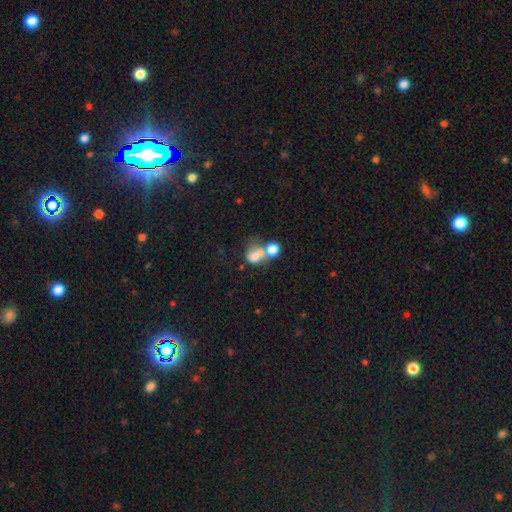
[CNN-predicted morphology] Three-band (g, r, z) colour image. It shows a smooth galaxy with no disk features (68%) that is round (56%). Merging: merger (62%).